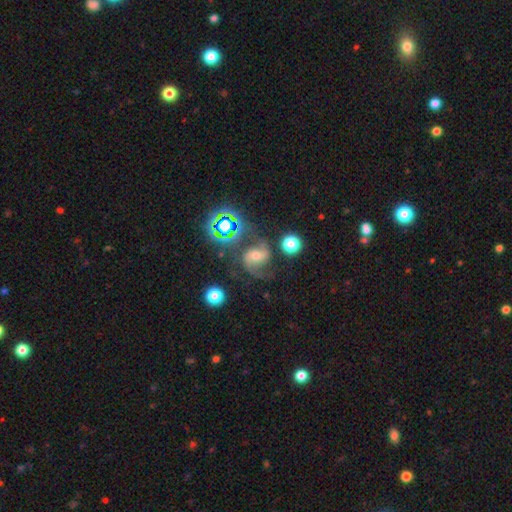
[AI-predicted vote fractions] Smooth or featured?
  - featured or disk: 75% *
  - star or artifact: 16%
  - smooth: 9%
Edge-on disk?
  - no: 98% *
  - yes: 2%
Bar?
  - weak: 40% *
  - no: 34%
  - strong: 25%
Spiral arms?
  - yes: 96% *
  - no: 4%
Spiral winding?
  - medium: 51% *
  - loose: 36%
  - tight: 13%
Spiral arm count?
  - 2: 89% *
  - can't tell: 3%
  - 1: 3%
  - 3: 2%
  - 4: 1%
  - more than 4: 1%
Bulge size?
  - moderate: 59% *
  - small: 30%
  - large: 6%
  - none: 2%
  - dominant: 1%
Merging?
  - none: 64% *
  - minor disturbance: 17%
  - major disturbance: 13%
  - merger: 6%